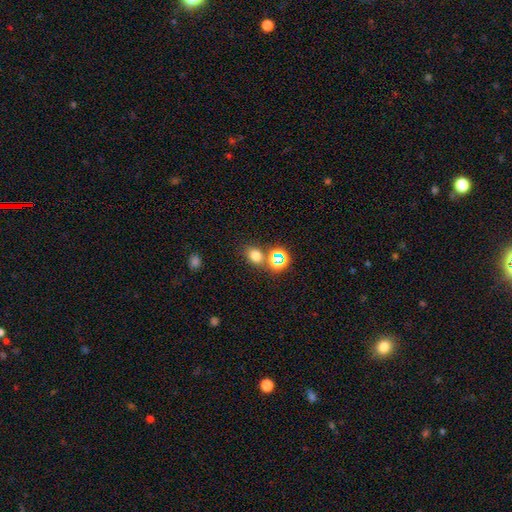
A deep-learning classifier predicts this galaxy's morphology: Overall: smooth (71%). How rounded: round (54%; in between 45%). Merging: none (70%).